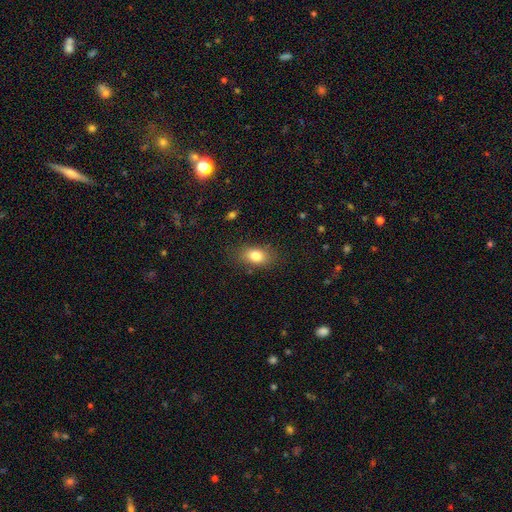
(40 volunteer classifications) smooth-or-featured: smooth: 88% | featured or disk: 8% | star or artifact: 5%
  how-rounded: in between: 97% | cigar-shaped: 3% | round: 0%
  merging: none: 89% | minor disturbance: 8% | major disturbance: 3% | merger: 0%